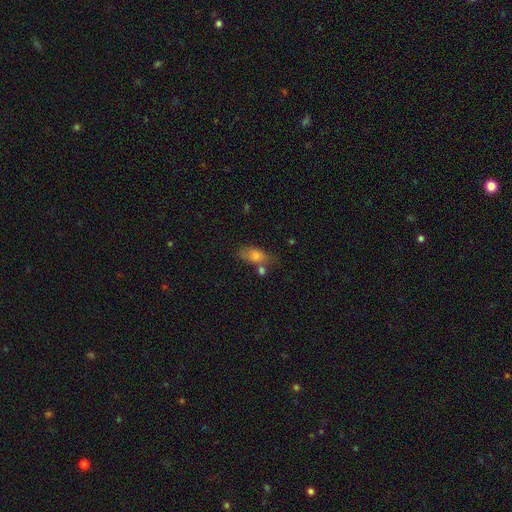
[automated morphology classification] Smooth or featured?
  - smooth: 75% *
  - featured or disk: 16%
  - star or artifact: 10%
How rounded?
  - in between: 83% *
  - cigar-shaped: 9%
  - round: 8%
Merging?
  - none: 54% *
  - minor disturbance: 20%
  - merger: 19%
  - major disturbance: 7%